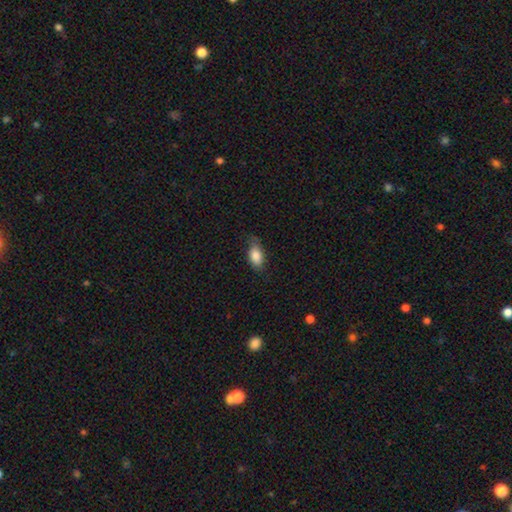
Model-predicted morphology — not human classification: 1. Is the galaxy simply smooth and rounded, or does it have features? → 85% smooth, 8% featured or disk, 7% star or artifact.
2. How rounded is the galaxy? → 90% in between, 6% round, 5% cigar-shaped.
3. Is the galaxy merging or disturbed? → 65% none, 27% minor disturbance, 7% major disturbance, 1% merger.